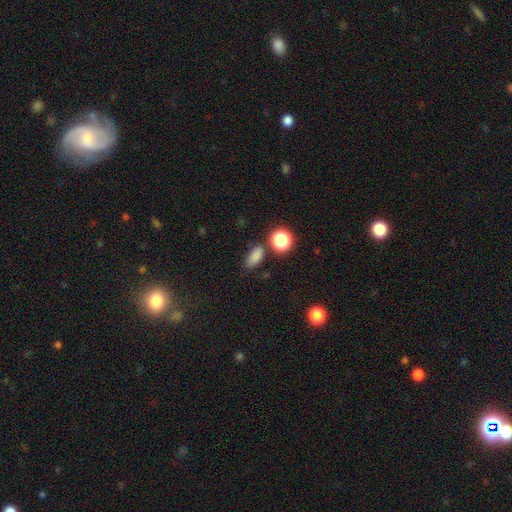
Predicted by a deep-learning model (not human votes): Morphology: type=smooth (81%); roundness=in between (80%); merging=none (75%).